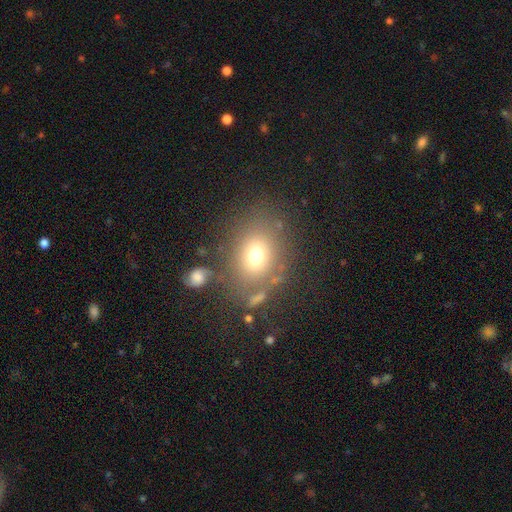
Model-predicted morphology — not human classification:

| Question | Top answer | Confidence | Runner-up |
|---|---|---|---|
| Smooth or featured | smooth | 70% | featured or disk (15%) |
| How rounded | in between | 53% | round (46%) |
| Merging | none | 71% | minor disturbance (14%) |